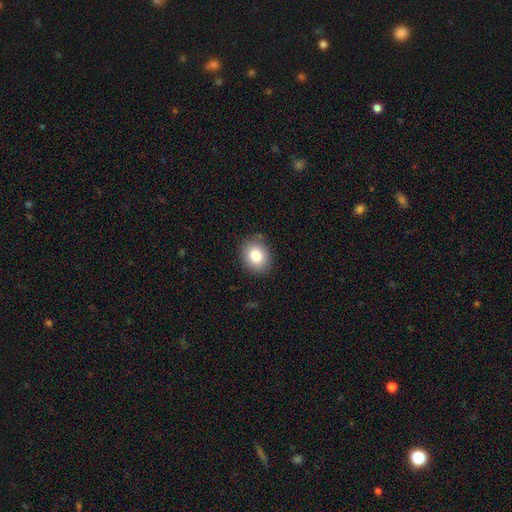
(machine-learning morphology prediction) Smooth or featured? Predicted: smooth (p=0.81). How rounded? Predicted: round (p=0.61). Merging? Predicted: none (p=0.85).